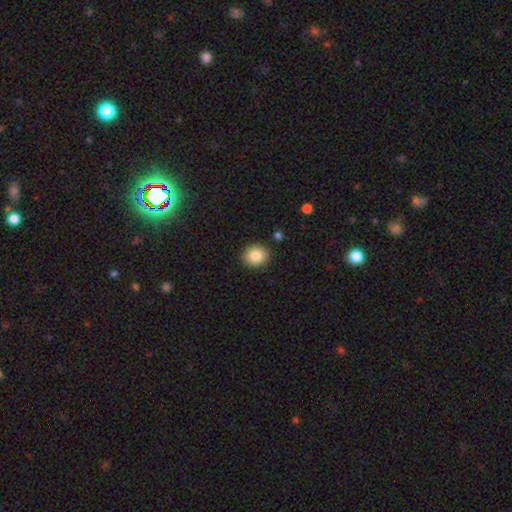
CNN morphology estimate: type=smooth (85%); roundness=round (83%); merging=none (90%).